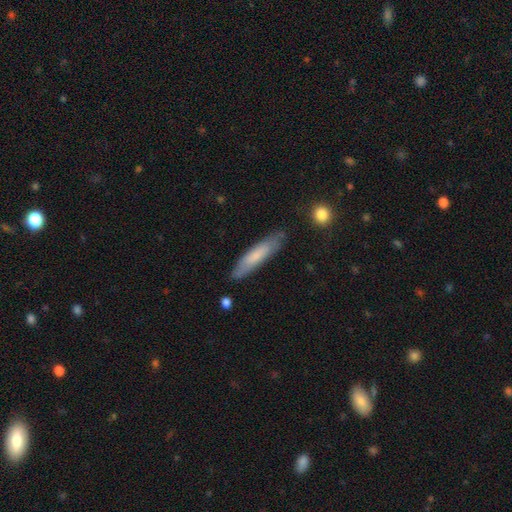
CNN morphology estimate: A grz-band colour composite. It shows a smooth galaxy with no disk features (67%) that is cigar-shaped (82%). Merging: none (79%).